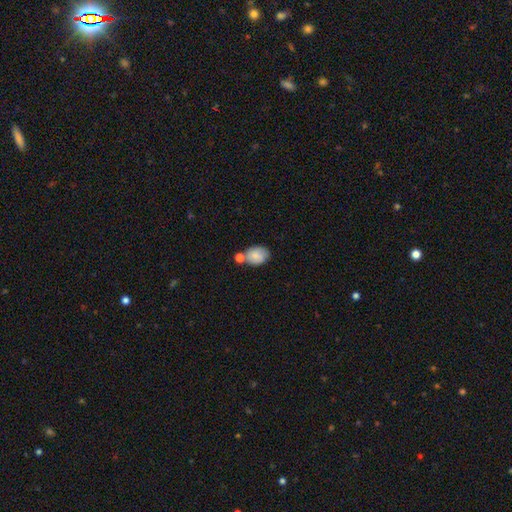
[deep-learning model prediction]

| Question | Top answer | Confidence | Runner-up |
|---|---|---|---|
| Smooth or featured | smooth | 83% | featured or disk (10%) |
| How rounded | in between | 73% | round (25%) |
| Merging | none | 57% | merger (22%) |